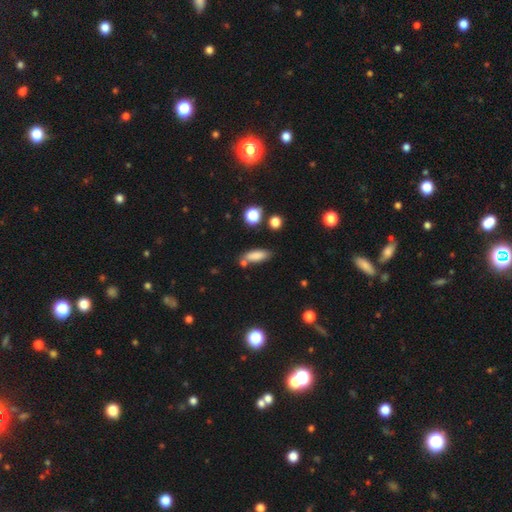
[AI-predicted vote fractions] Smooth or featured? smooth (82%)
How rounded? in between (64%)
Merging? none (67%)